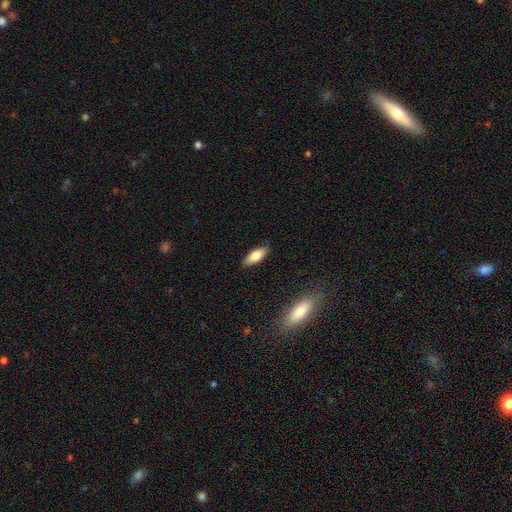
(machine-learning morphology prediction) Smooth or featured?
  - smooth: 74% *
  - featured or disk: 19%
  - star or artifact: 7%
How rounded?
  - in between: 71% *
  - cigar-shaped: 26%
  - round: 2%
Merging?
  - none: 86% *
  - minor disturbance: 10%
  - major disturbance: 2%
  - merger: 1%